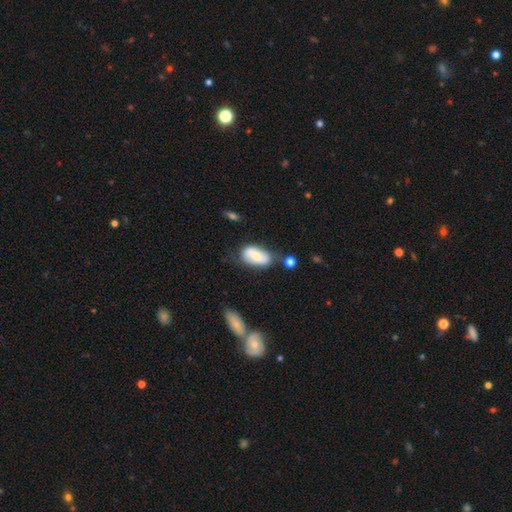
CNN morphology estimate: This appears to be a smooth galaxy with no disk features (66%) that is in between round and cigar-shaped (92%). Merging: none (56%).